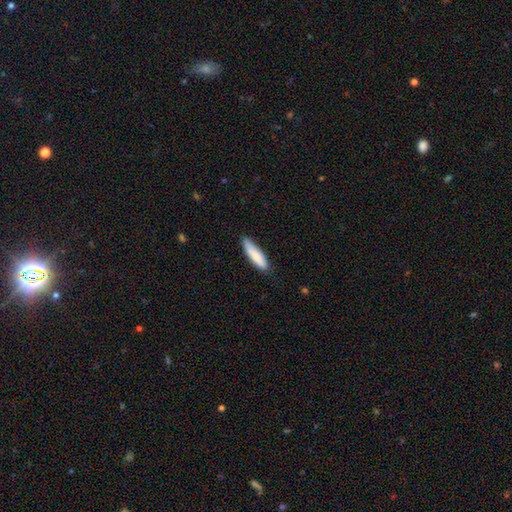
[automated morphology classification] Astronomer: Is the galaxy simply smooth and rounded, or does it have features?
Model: smooth — 82%.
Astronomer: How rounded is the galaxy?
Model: cigar-shaped — 71%.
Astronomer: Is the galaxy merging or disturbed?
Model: none — 81%.